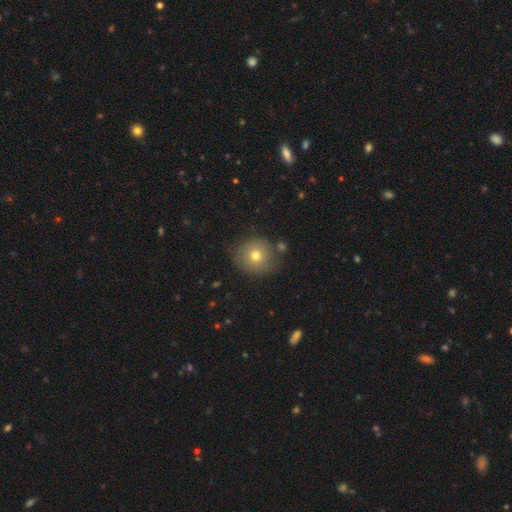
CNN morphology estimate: This is likely a smooth galaxy (73%). How rounded: clearly round (92%). Merging: clearly none (81%).